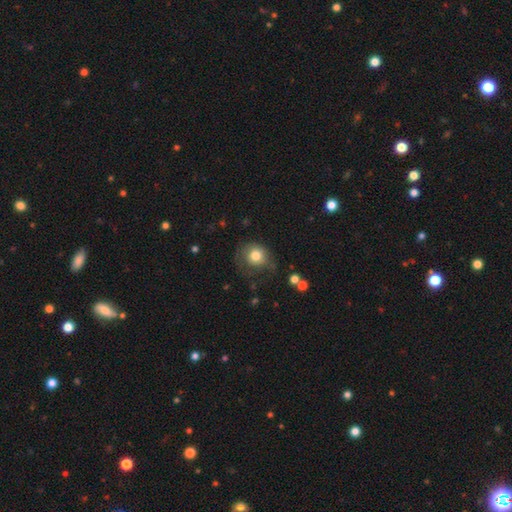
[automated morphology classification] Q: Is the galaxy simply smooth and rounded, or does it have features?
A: smooth — 79%.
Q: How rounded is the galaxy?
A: round — 83%.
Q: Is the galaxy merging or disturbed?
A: none — 55%.